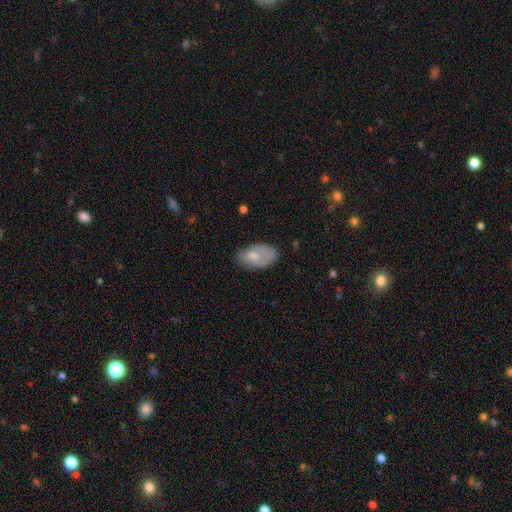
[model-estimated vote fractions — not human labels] Smooth or featured? Predicted: smooth (p=0.63). How rounded? Predicted: in between (p=0.92). Merging? Predicted: none (p=0.59).